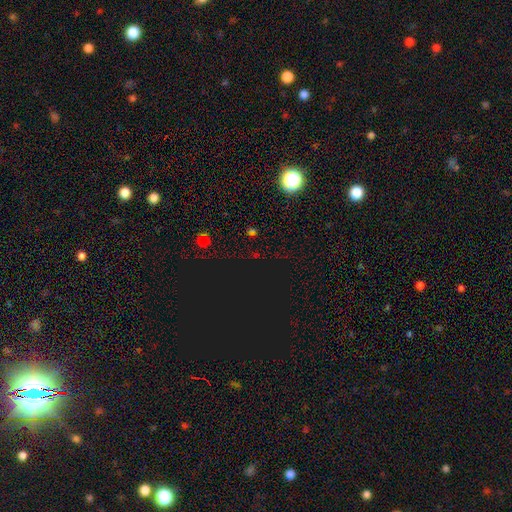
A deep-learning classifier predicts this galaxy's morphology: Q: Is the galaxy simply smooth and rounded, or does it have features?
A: star or artifact — 75%.